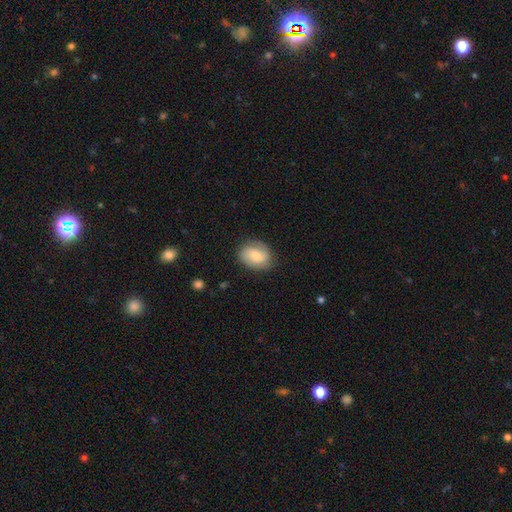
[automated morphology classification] A smooth galaxy with no disk features (60%) that is in between round and cigar-shaped (61%). Merging: none (78%).